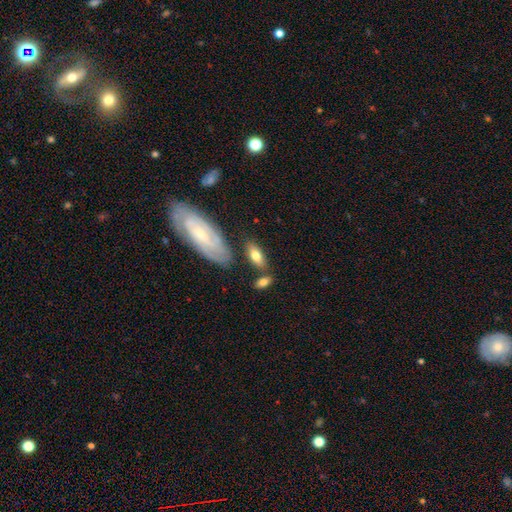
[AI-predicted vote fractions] A smooth galaxy with no disk features (72%) that is in between round and cigar-shaped (83%).

Vote fractions:
- Smooth or featured? smooth: 72% / featured or disk: 22% / star or artifact: 6%
- How rounded? in between: 83% / cigar-shaped: 14% / round: 3%
- Merging? none: 67% / minor disturbance: 16% / merger: 12% / major disturbance: 5%